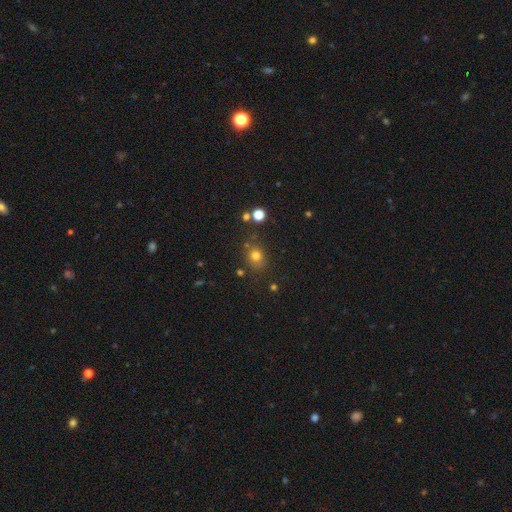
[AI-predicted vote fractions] A smooth galaxy with no disk features (76%) that is round (67%). Merging: none (74%).